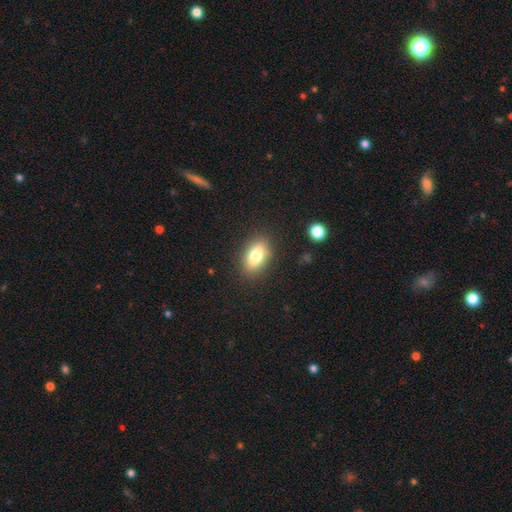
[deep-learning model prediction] Overall: smooth (77%). How rounded: in between (86%). Merging: none (86%).